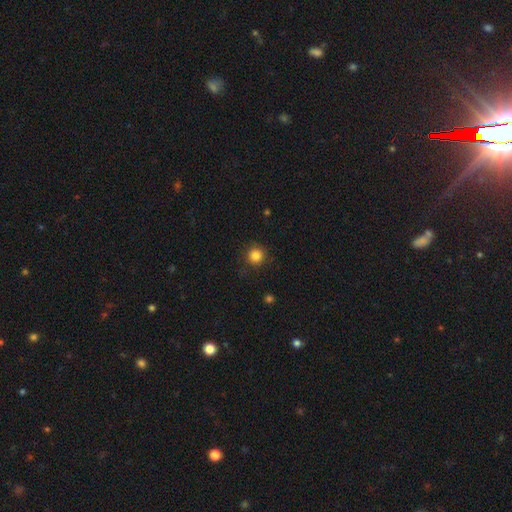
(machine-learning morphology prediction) Overall: smooth (84%). How rounded: round (95%). Merging: none (88%).